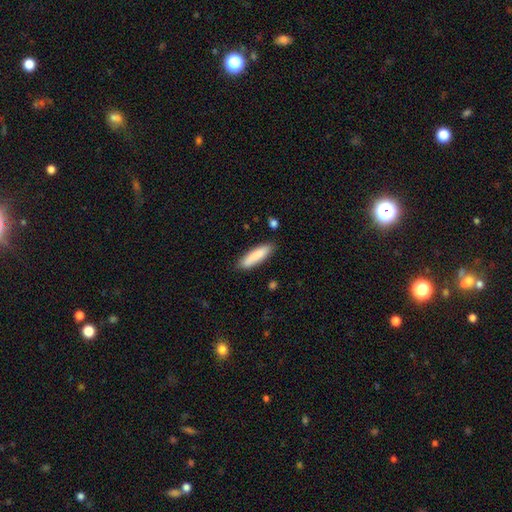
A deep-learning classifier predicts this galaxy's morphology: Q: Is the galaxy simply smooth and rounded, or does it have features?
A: smooth — 86%.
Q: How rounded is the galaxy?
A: cigar-shaped — 67%.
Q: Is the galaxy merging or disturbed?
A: none — 85%.